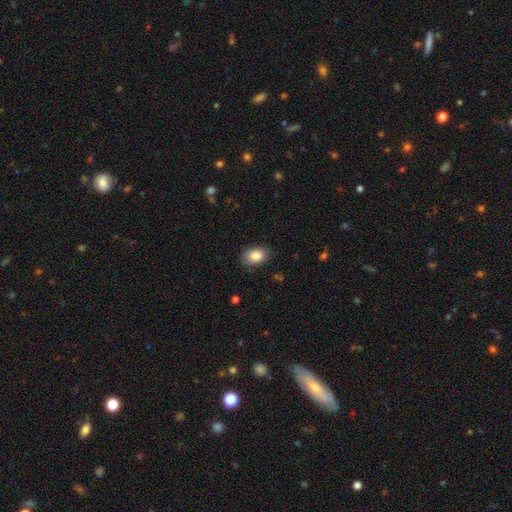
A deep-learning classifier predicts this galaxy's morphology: Smooth or featured: smooth — 85% (featured or disk — 8%)
How rounded: in between — 82% (round — 17%)
Merging: none — 82% (minor disturbance — 14%)